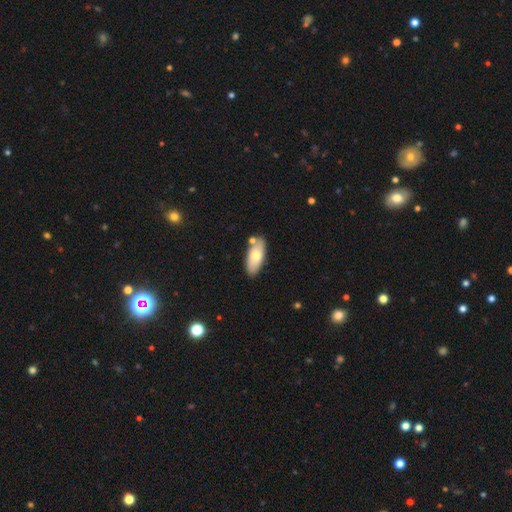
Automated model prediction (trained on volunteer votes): A smooth galaxy with no disk features (69%) that is in between round and cigar-shaped (84%). Merging: none (75%).